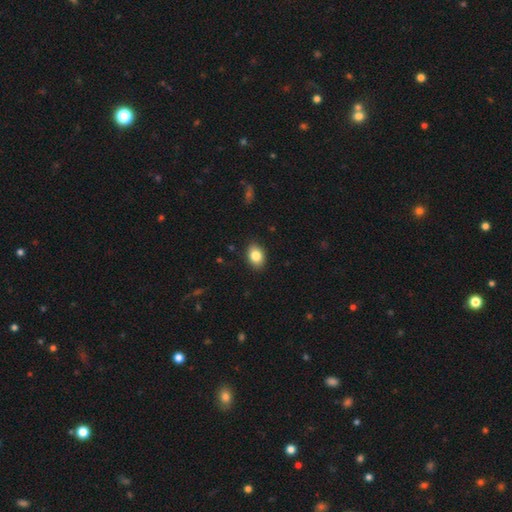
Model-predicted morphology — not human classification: This is clearly a smooth galaxy (84%). How rounded: clearly in between (80%). Merging: clearly none (88%).